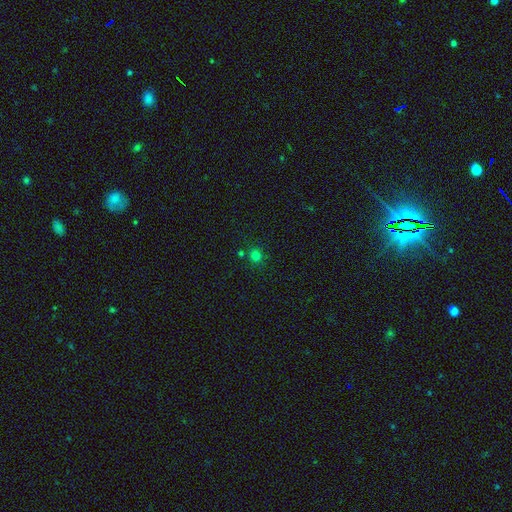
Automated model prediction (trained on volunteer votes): A smooth galaxy with no disk features (74%) that is round (88%). Merging: none (78%).